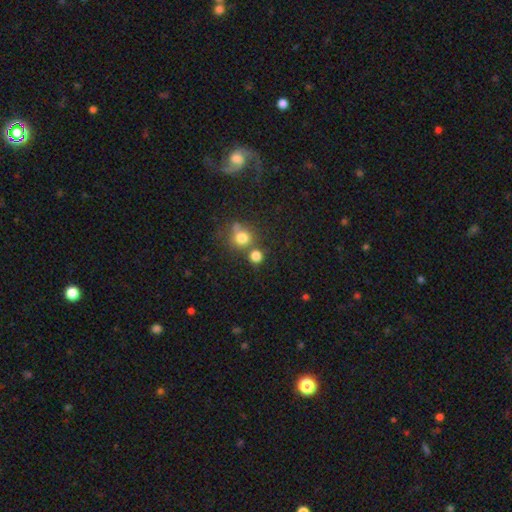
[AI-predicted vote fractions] smooth 79%, star or artifact 14%, featured or disk 7%. Down the decision tree: how rounded — round (86%); merging — none (62%).